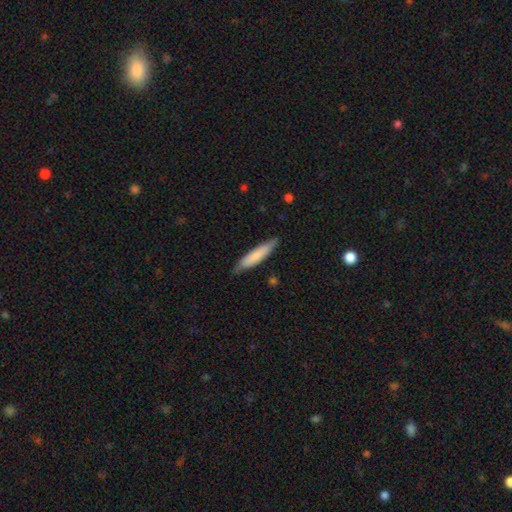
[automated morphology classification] Q: Smooth or featured?
A: smooth (74%); runner-up: featured or disk (21%)
Q: How rounded?
A: cigar-shaped (86%); runner-up: in between (13%)
Q: Merging?
A: none (81%); runner-up: minor disturbance (15%)